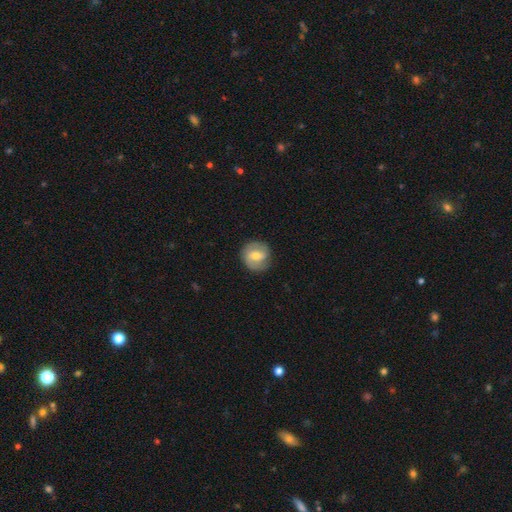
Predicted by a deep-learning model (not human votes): Q: Smooth or featured?
A: featured or disk (47%); runner-up: smooth (46%)
Q: Merging?
A: none (80%); runner-up: minor disturbance (14%)